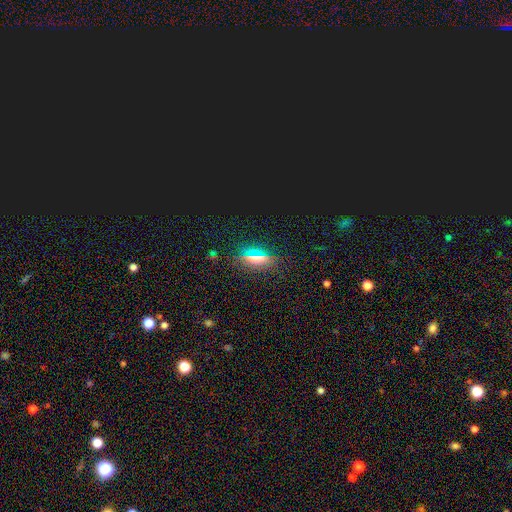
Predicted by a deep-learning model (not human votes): Smooth or featured? smooth (45%)
Merging? none (87%)